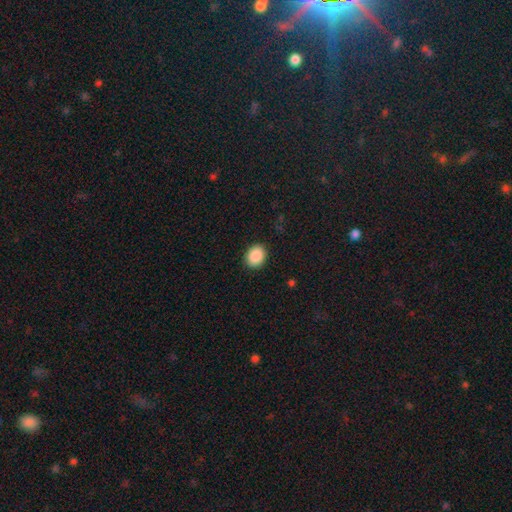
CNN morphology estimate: type=smooth (90%); roundness=in between (50%); merging=none (90%).